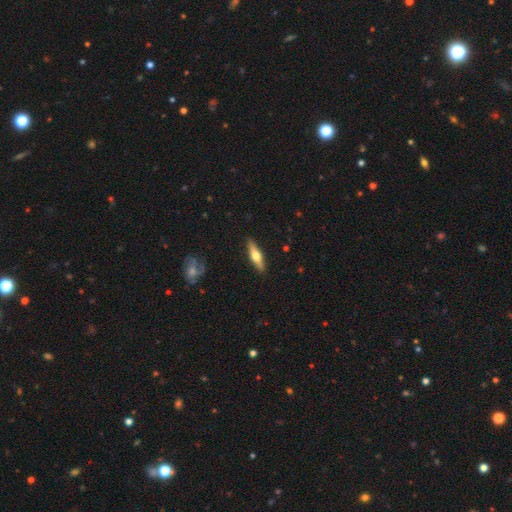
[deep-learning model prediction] smooth_or_featured: featured or disk (p=0.58) [alt: smooth p=0.37]
disk_edge_on: yes (p=0.94) [alt: no p=0.06]
edge_on_bulge: rounded (p=0.95) [alt: boxy p=0.03]
merging: none (p=0.90) [alt: minor disturbance p=0.07]